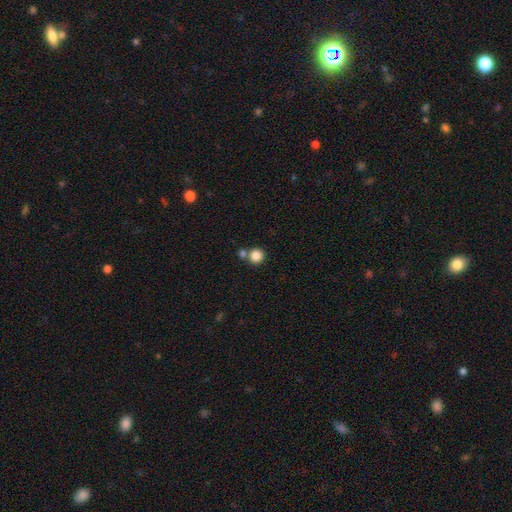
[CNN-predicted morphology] smooth 85%, star or artifact 10%, featured or disk 5%. Down the decision tree: how rounded — round (91%); merging — none (63%).